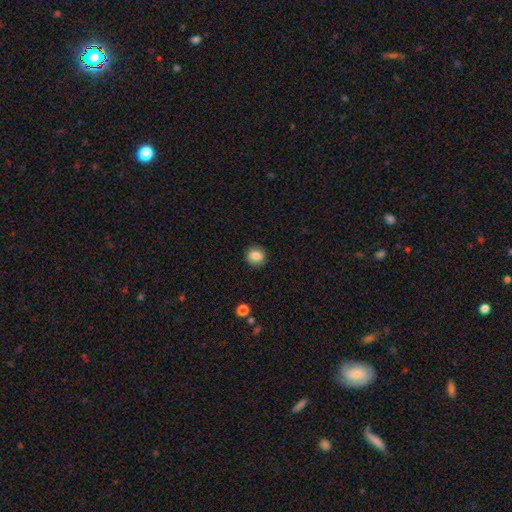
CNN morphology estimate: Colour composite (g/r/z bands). It shows a smooth galaxy with no disk features (83%) that is round (73%). Merging: none (86%).